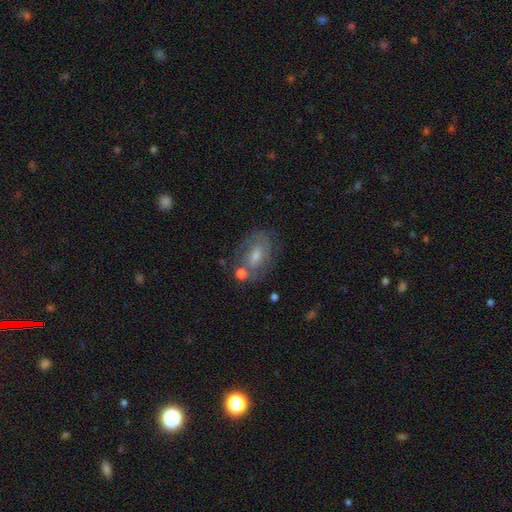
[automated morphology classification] A featured or disk galaxy (52%). Merging: none (63%).